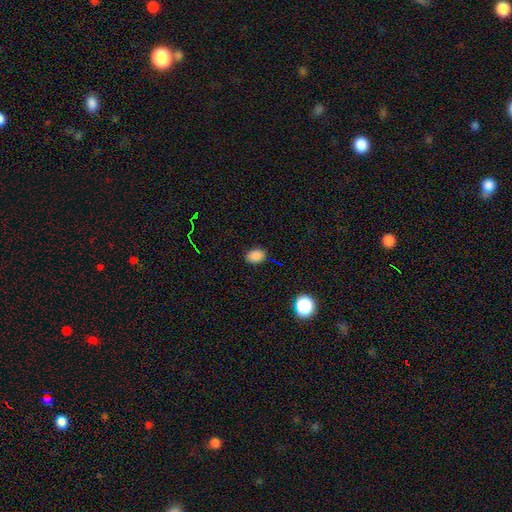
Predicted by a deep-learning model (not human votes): The model was most divided on "how rounded": in between: 78%, round: 20%, cigar-shaped: 1%. More confident: smooth or featured — smooth (85%); merging — none (83%).